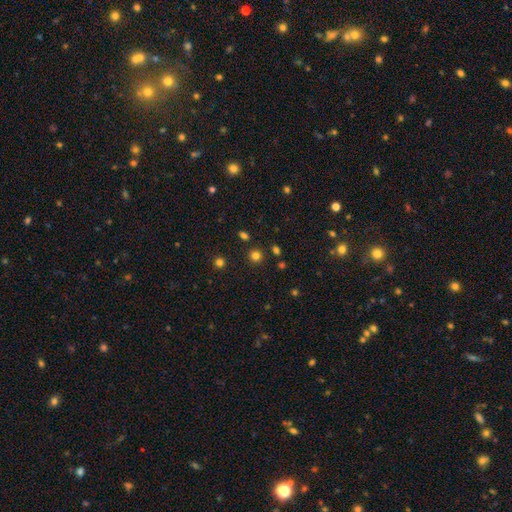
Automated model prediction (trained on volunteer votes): smooth 76%, star or artifact 19%, featured or disk 5%. Down the decision tree: how rounded — round (91%); merging — none (87%).